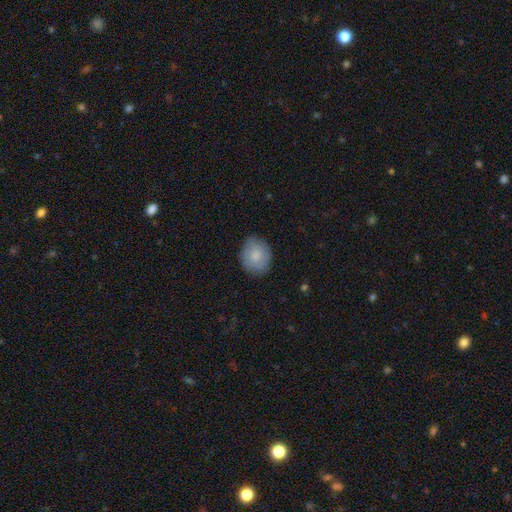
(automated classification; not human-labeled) A smooth galaxy with no disk features (81%) that is round (62%). Merging: none (79%).